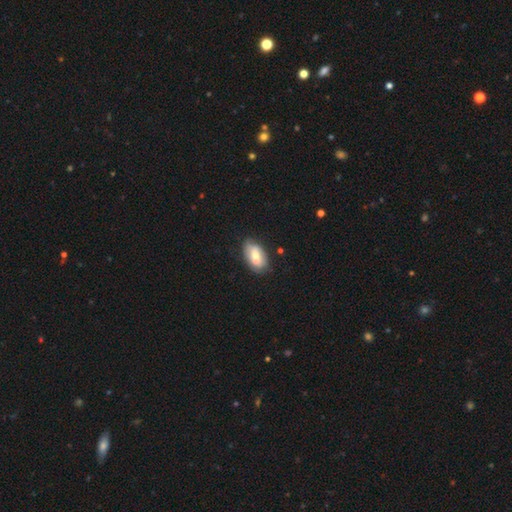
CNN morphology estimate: This is possibly a smooth galaxy (55%). How rounded: clearly in between (91%). Merging: likely none (67%).